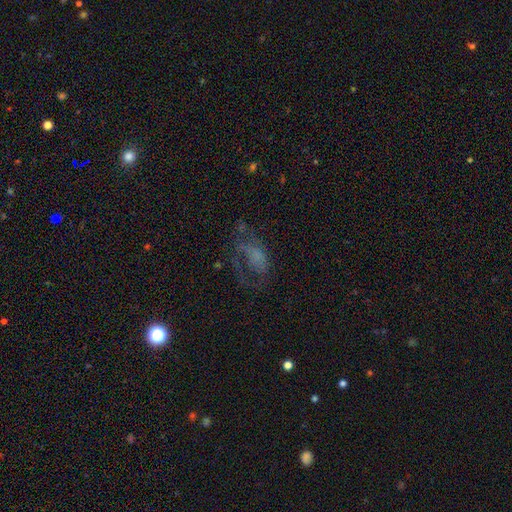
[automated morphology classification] Smooth or featured? featured or disk (44%)
Merging? major disturbance (46%)